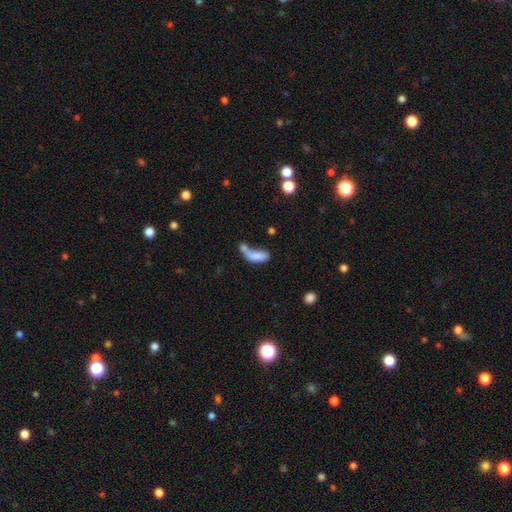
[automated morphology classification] smooth_or_featured: smooth (p=0.70) [alt: featured or disk p=0.21]
how_rounded: in between (p=0.76) [alt: cigar-shaped p=0.18]
merging: merger (p=0.52) [alt: none p=0.19]